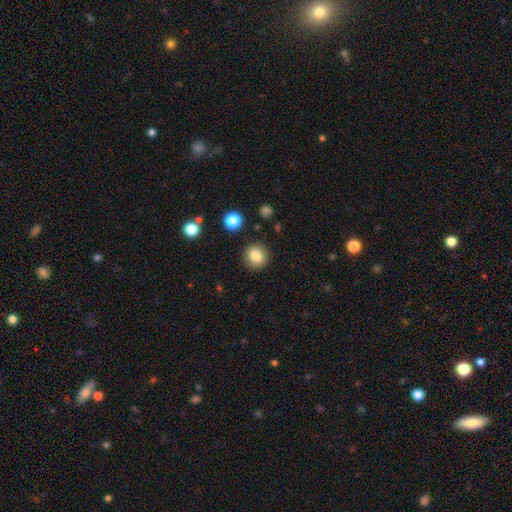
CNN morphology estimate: A smooth galaxy with no disk features (84%) that is round (93%). Merging: none (89%).